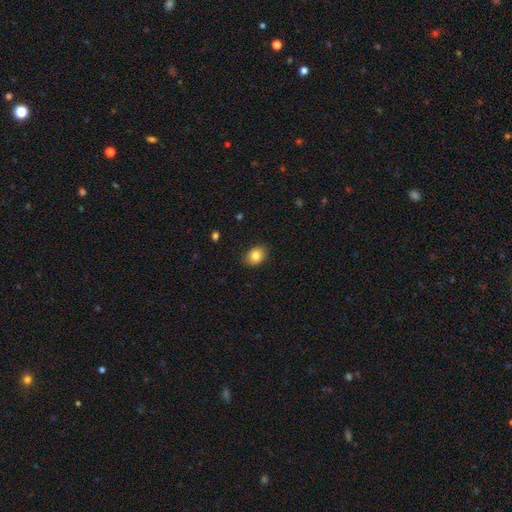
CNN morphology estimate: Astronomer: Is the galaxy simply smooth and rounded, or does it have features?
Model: smooth — 83%.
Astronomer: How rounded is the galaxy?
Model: in between — 63%.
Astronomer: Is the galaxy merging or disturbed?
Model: none — 88%.